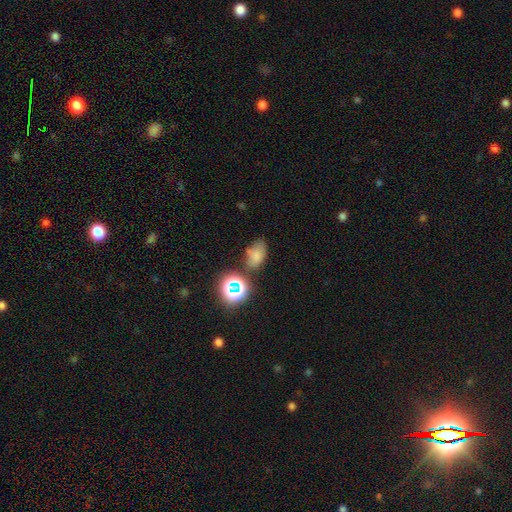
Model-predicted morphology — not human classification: This appears to be a smooth galaxy with no disk features (68%) that is in between round and cigar-shaped (85%). Merging: none (59%).